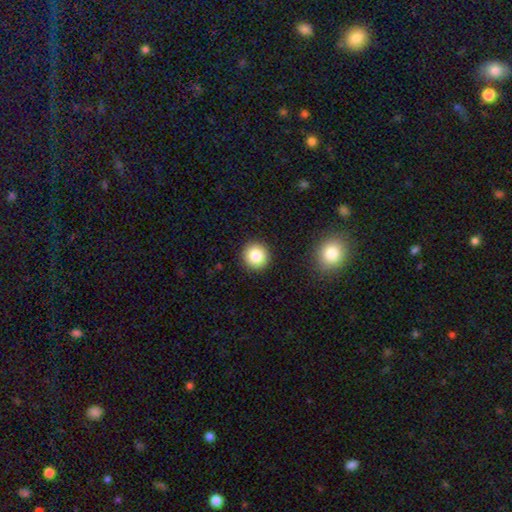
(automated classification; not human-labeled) Smooth or featured: smooth — 84% (star or artifact — 10%)
How rounded: round — 95% (in between — 4%)
Merging: none — 92% (minor disturbance — 5%)